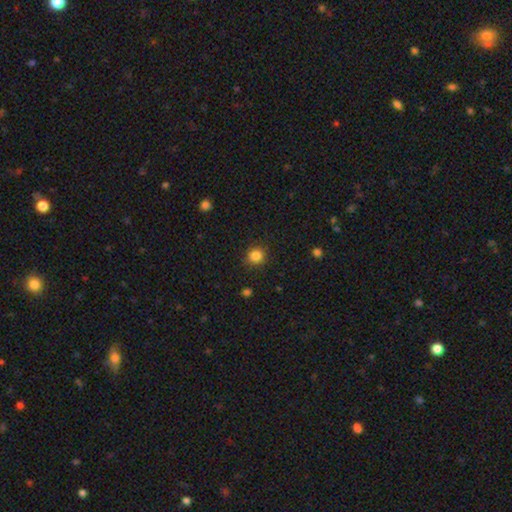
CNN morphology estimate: The model was most divided on "smooth or featured": smooth: 85%, star or artifact: 11%, featured or disk: 4%. More confident: how rounded — round (90%); merging — none (88%).